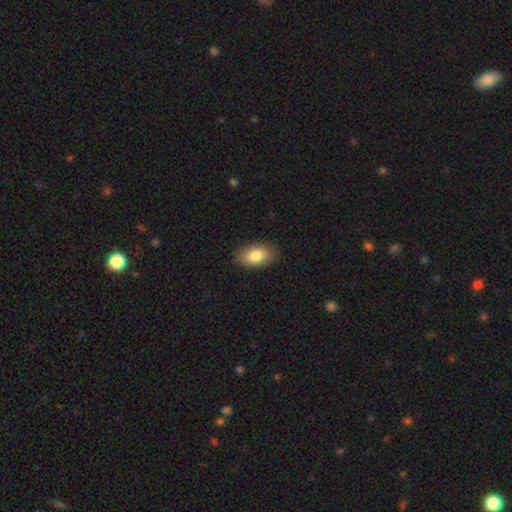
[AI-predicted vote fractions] smooth 86%, featured or disk 7%, star or artifact 7%. Down the decision tree: how rounded — in between (93%); merging — none (87%).